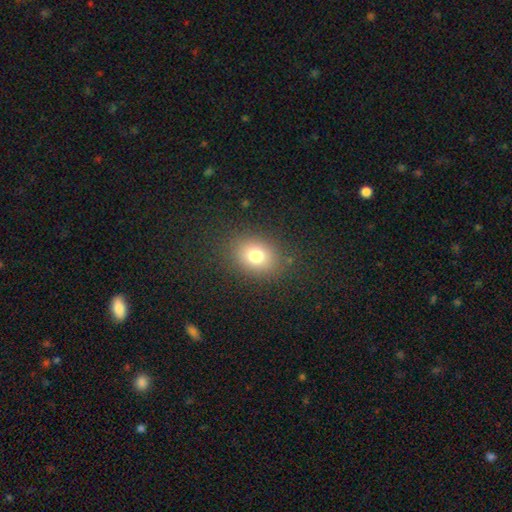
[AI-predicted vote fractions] This is likely a smooth galaxy (76%). How rounded: possibly in between (50%). Merging: clearly none (85%).